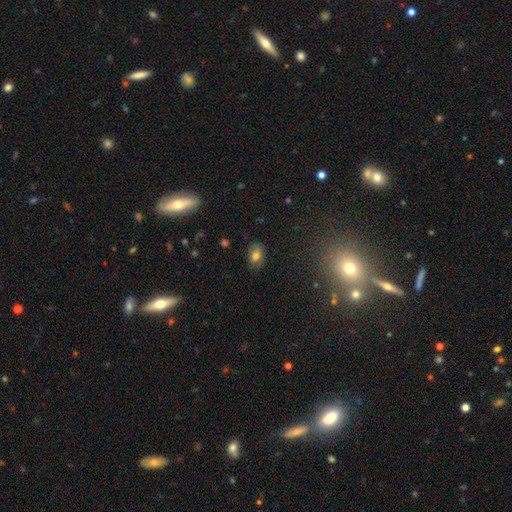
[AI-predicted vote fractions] The model was most divided on "smooth or featured": smooth: 72%, featured or disk: 15%, star or artifact: 13%. More confident: how rounded — in between (83%); merging — none (79%).